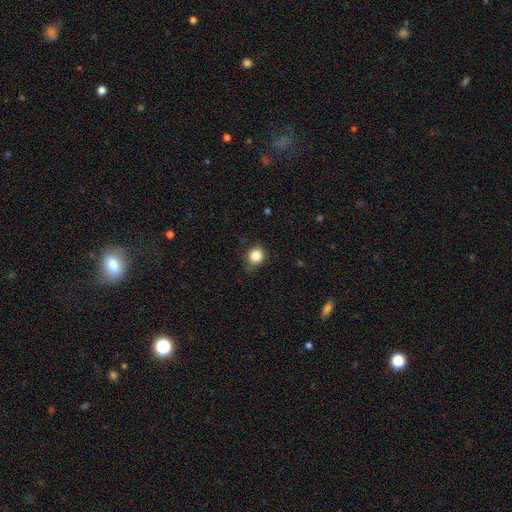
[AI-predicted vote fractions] Q: Smooth or featured?
A: smooth (84%); runner-up: star or artifact (11%)
Q: How rounded?
A: round (81%); runner-up: in between (18%)
Q: Merging?
A: none (77%); runner-up: minor disturbance (18%)